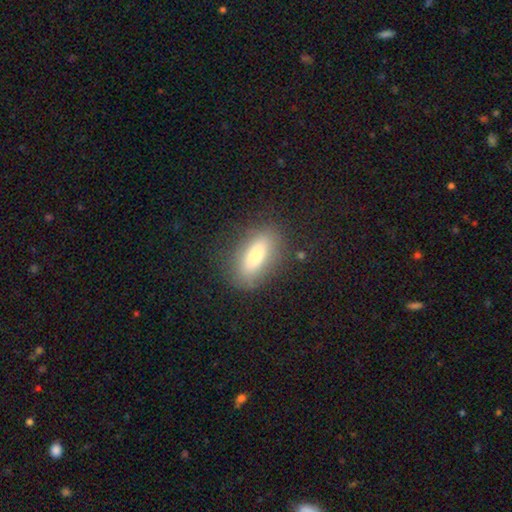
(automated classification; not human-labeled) smooth-or-featured: smooth: 73% | featured or disk: 19% | star or artifact: 8%
  how-rounded: in between: 76% | cigar-shaped: 19% | round: 5%
  merging: none: 82% | minor disturbance: 12% | major disturbance: 5% | merger: 2%